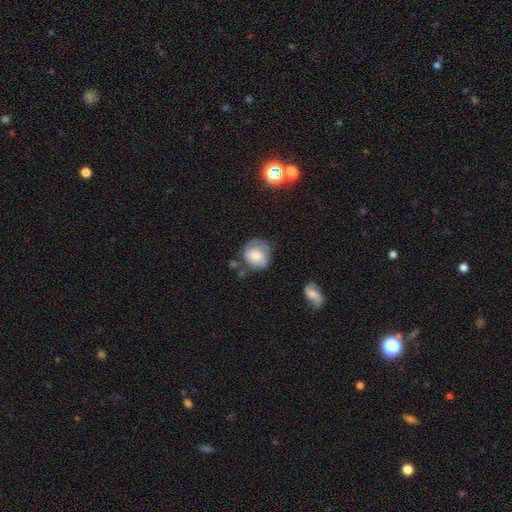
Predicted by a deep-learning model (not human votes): smooth-or-featured: smooth: 71% | featured or disk: 21% | star or artifact: 8%
  how-rounded: round: 79% | in between: 20% | cigar-shaped: 1%
  merging: none: 54% | minor disturbance: 29% | major disturbance: 11% | merger: 5%